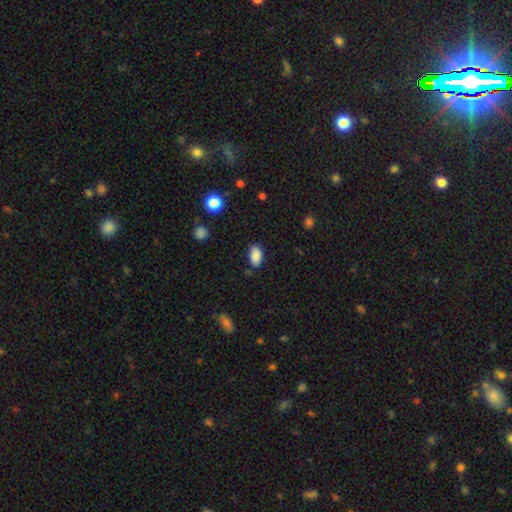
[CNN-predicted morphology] smooth-or-featured: smooth: 88% | star or artifact: 8% | featured or disk: 4%
  how-rounded: in between: 92% | round: 5% | cigar-shaped: 2%
  merging: none: 82% | minor disturbance: 13% | major disturbance: 3% | merger: 2%